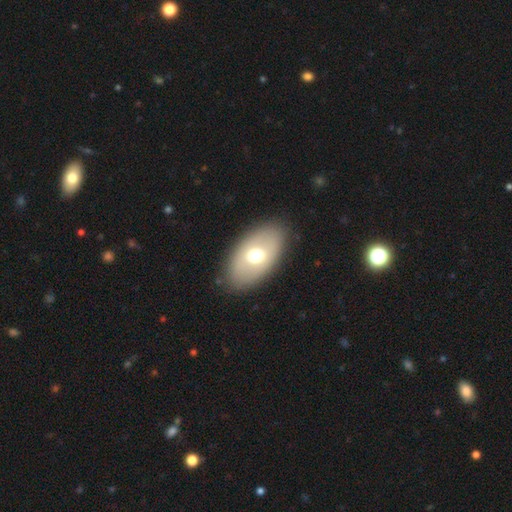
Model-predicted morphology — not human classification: Smooth or featured: smooth — 62% (featured or disk — 31%)
How rounded: in between — 91% (round — 7%)
Merging: none — 86% (minor disturbance — 10%)